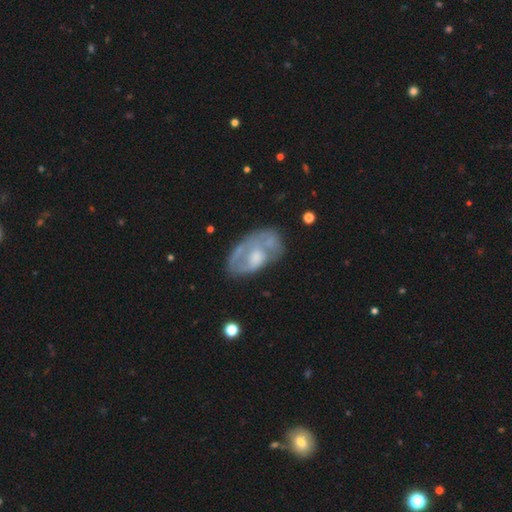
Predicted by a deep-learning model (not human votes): Q: Smooth or featured?
A: featured or disk (60%); runner-up: smooth (32%)
Q: Edge-on disk?
A: no (94%); runner-up: yes (6%)
Q: Bar?
A: no (79%); runner-up: weak (18%)
Q: Spiral arms?
A: no (57%); runner-up: yes (43%)
Q: Bulge size?
A: moderate (44%); runner-up: small (23%)
Q: Merging?
A: none (47%); runner-up: minor disturbance (26%)